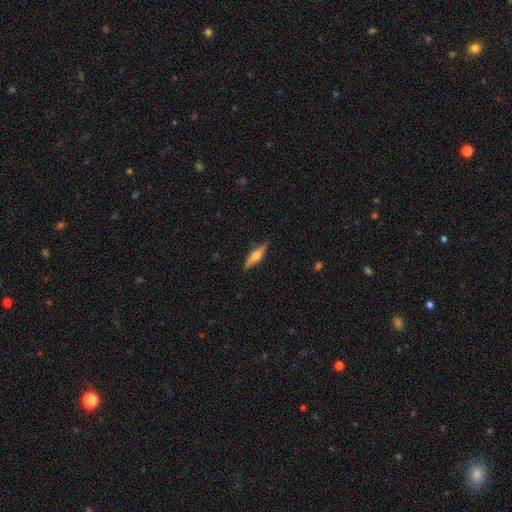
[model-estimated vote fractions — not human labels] smooth-or-featured: featured or disk: 61% | smooth: 33% | star or artifact: 7%
  disk-edge-on: yes: 95% | no: 5%
    edge-on-bulge: rounded: 84% | boxy: 13% | none: 3%
  merging: none: 84% | minor disturbance: 13% | major disturbance: 3% | merger: 1%